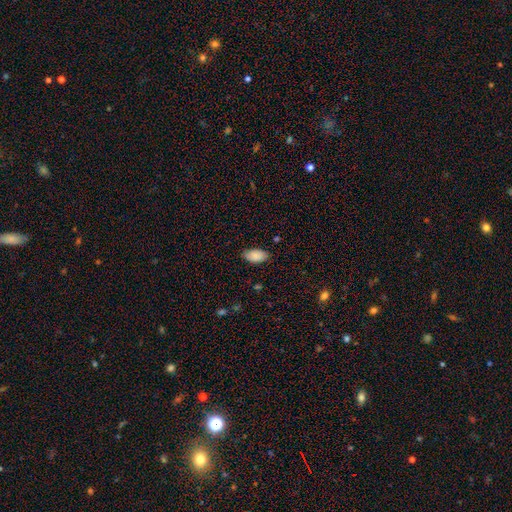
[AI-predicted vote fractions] A smooth galaxy with no disk features (87%) that is in between round and cigar-shaped (95%). Merging: none (81%).